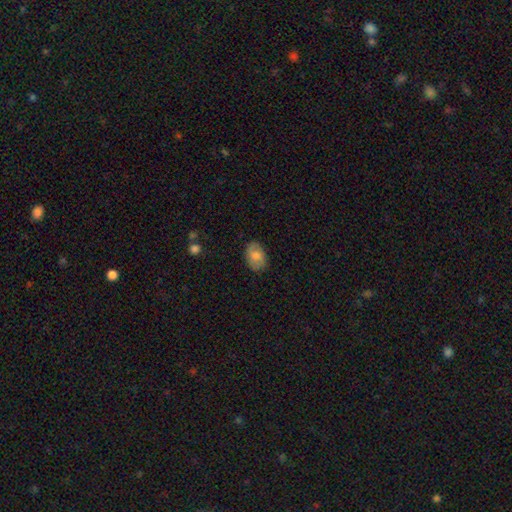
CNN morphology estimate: A smooth galaxy with no disk features (76%) that is in between round and cigar-shaped (85%). Merging: none (80%).